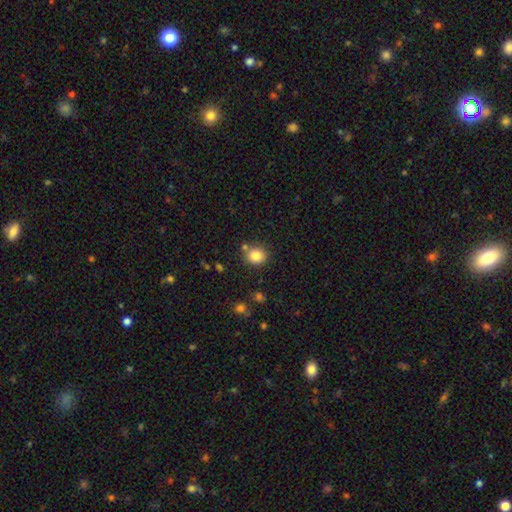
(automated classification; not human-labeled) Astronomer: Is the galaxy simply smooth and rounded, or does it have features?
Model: smooth — 83%.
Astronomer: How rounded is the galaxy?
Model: round — 79%.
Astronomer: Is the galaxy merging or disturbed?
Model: none — 77%.